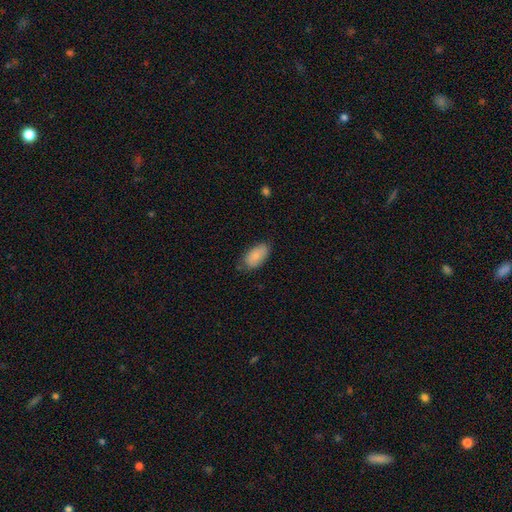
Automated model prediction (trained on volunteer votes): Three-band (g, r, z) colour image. It shows a smooth galaxy with no disk features (84%) that is in between round and cigar-shaped (94%). Merging: none (72%).